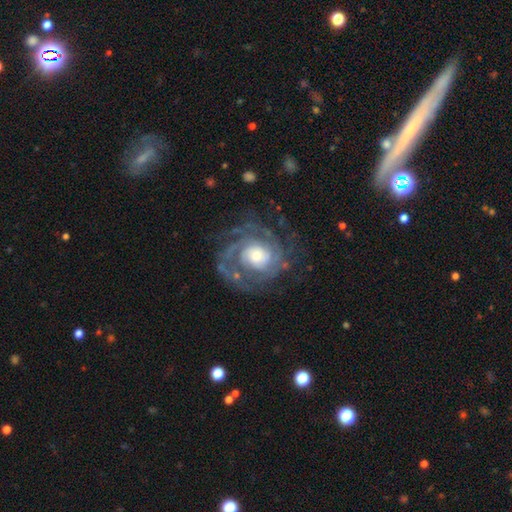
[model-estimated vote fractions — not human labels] Smooth or featured?
  - featured or disk: 88% *
  - smooth: 7%
  - star or artifact: 5%
Edge-on disk?
  - no: 98% *
  - yes: 2%
Bar?
  - no: 72% *
  - weak: 22%
  - strong: 6%
Spiral arms?
  - yes: 96% *
  - no: 4%
Spiral winding?
  - tight: 65% *
  - medium: 28%
  - loose: 6%
Spiral arm count?
  - 2: 27% *
  - can't tell: 25%
  - 3: 24%
  - 4: 11%
  - 1: 7%
  - more than 4: 7%
Bulge size?
  - moderate: 51% *
  - small: 25%
  - large: 20%
  - dominant: 2%
  - none: 2%
Merging?
  - none: 71% *
  - minor disturbance: 16%
  - major disturbance: 12%
  - merger: 1%